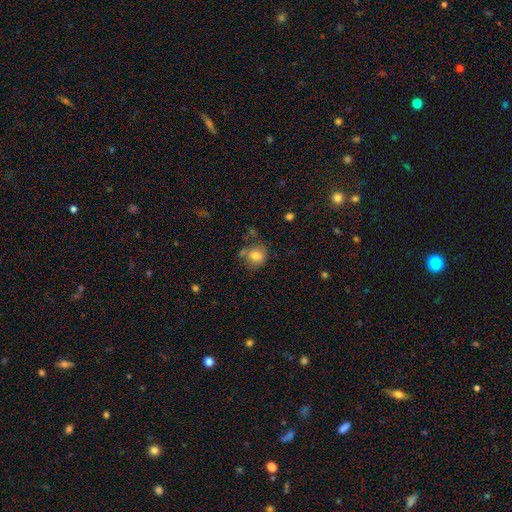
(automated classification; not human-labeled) Overall: smooth (75%). How rounded: round (71%). Merging: none (54%; minor disturbance 24%).